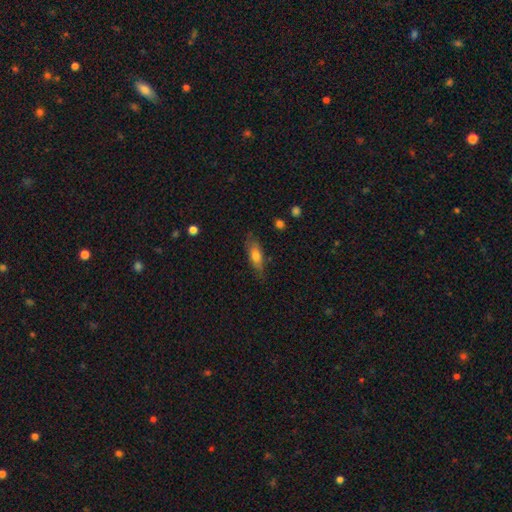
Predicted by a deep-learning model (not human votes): Smooth or featured: smooth — 70% (featured or disk — 23%)
How rounded: in between — 63% (cigar-shaped — 33%)
Merging: none — 71% (minor disturbance — 22%)